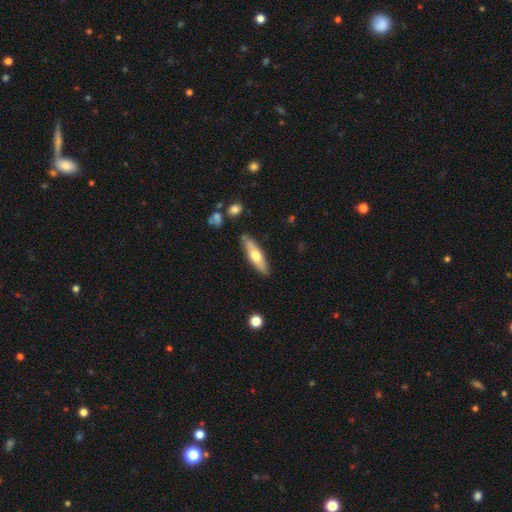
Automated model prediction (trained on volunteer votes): Overall: smooth (56%; featured or disk 39%). How rounded: cigar-shaped (63%; in between 34%). Merging: none (83%).